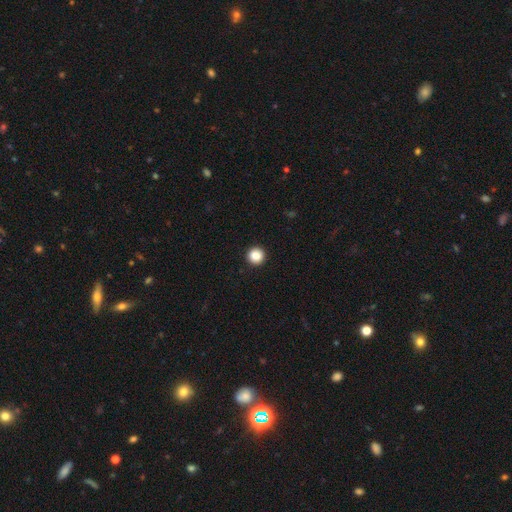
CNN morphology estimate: Smooth or featured?
  - smooth: 87% *
  - star or artifact: 9%
  - featured or disk: 3%
How rounded?
  - round: 95% *
  - in between: 4%
  - cigar-shaped: 1%
Merging?
  - none: 94% *
  - minor disturbance: 4%
  - major disturbance: 1%
  - merger: 1%